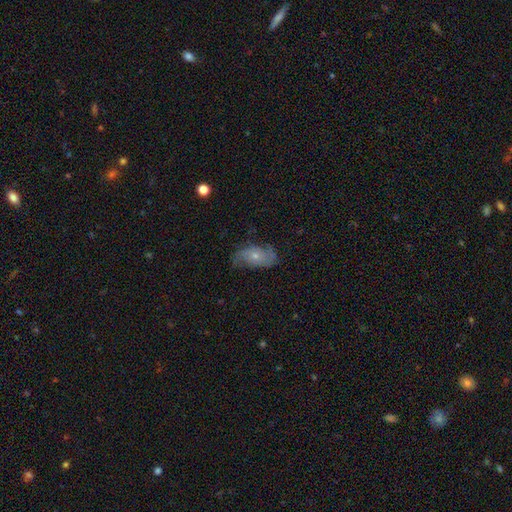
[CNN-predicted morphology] Q: Smooth or featured?
A: featured or disk (60%); runner-up: smooth (32%)
Q: Edge-on disk?
A: no (94%); runner-up: yes (6%)
Q: Bar?
A: no (78%); runner-up: weak (18%)
Q: Spiral arms?
A: yes (83%); runner-up: no (17%)
Q: Bulge size?
A: small (58%); runner-up: moderate (37%)
Q: Merging?
A: none (64%); runner-up: minor disturbance (24%)